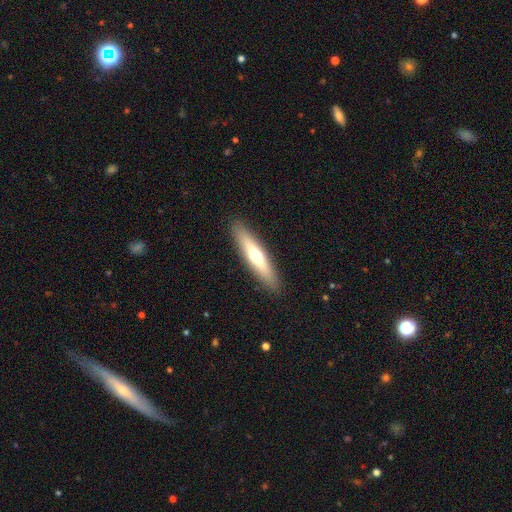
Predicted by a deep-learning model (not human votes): Smooth or featured?
  - smooth: 54% *
  - featured or disk: 40%
  - star or artifact: 6%
How rounded?
  - cigar-shaped: 80% *
  - in between: 18%
  - round: 1%
Merging?
  - none: 90% *
  - minor disturbance: 7%
  - major disturbance: 2%
  - merger: 1%